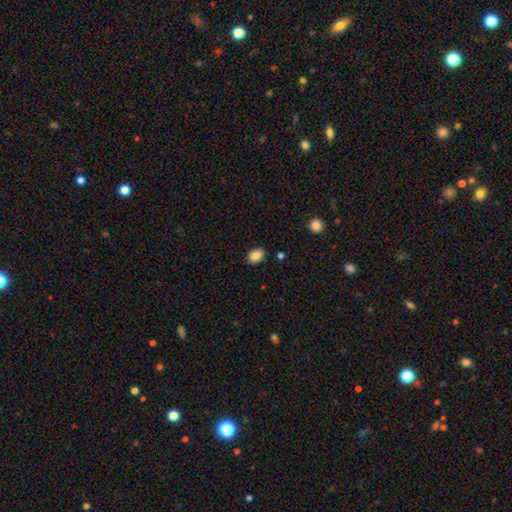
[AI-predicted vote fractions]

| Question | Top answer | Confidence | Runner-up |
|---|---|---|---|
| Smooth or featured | smooth | 86% | star or artifact (9%) |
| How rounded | in between | 72% | round (27%) |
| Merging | none | 88% | minor disturbance (8%) |